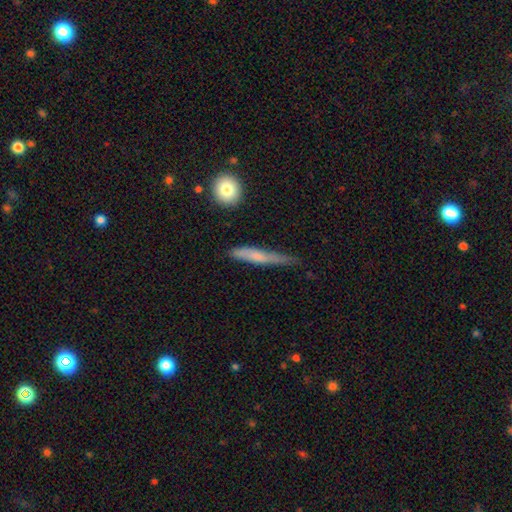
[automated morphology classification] Overall: smooth (59%; featured or disk 34%). How rounded: cigar-shaped (91%). Merging: none (59%; minor disturbance 31%).